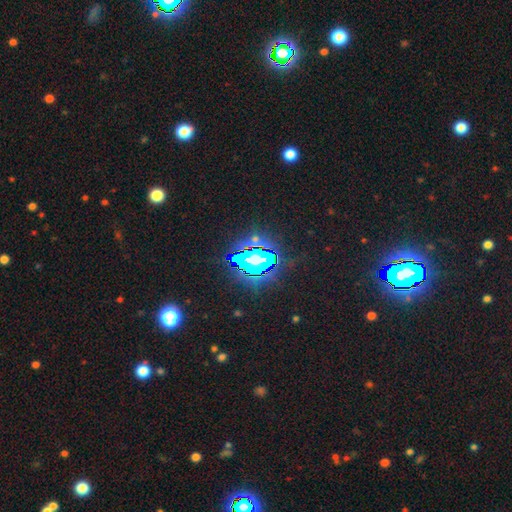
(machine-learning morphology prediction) Q: Smooth or featured?
A: star or artifact (74%); runner-up: smooth (16%)